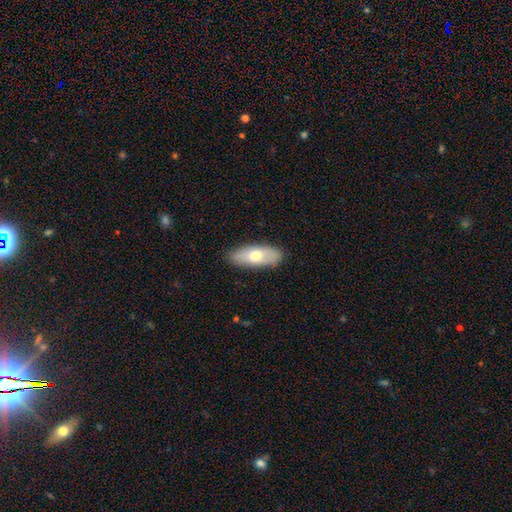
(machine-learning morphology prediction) type=smooth (66%); roundness=in between (77%); merging=none (85%).